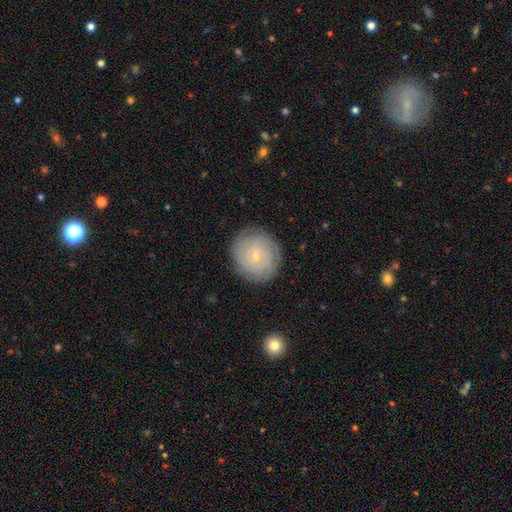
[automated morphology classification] The model was most divided on "smooth or featured": featured or disk: 52%, smooth: 39%, star or artifact: 9%. More confident: edge-on disk — no (97%); merging — none (86%); bulge size — small (83%); spiral arms — yes (83%); bar — no (70%).